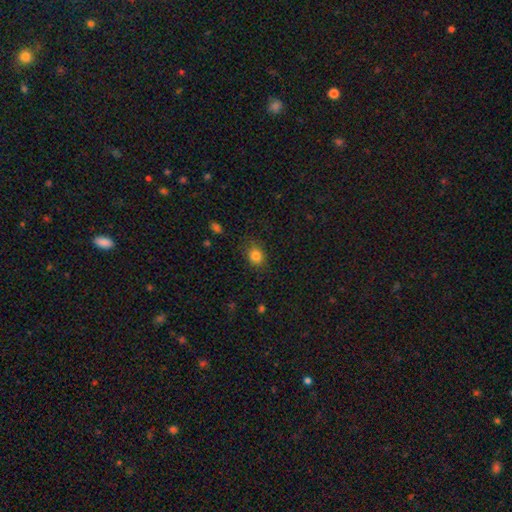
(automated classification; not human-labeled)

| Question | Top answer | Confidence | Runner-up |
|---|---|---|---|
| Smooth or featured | smooth | 83% | star or artifact (12%) |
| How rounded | round | 61% | in between (38%) |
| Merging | none | 79% | minor disturbance (15%) |